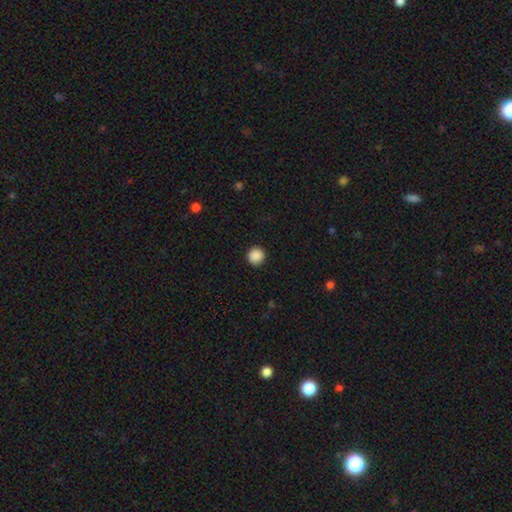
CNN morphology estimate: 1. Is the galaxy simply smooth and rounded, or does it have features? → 89% smooth, 9% star or artifact, 2% featured or disk.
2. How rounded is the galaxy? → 95% round, 4% in between, 1% cigar-shaped.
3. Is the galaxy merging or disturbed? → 92% none, 5% minor disturbance, 2% major disturbance, 1% merger.